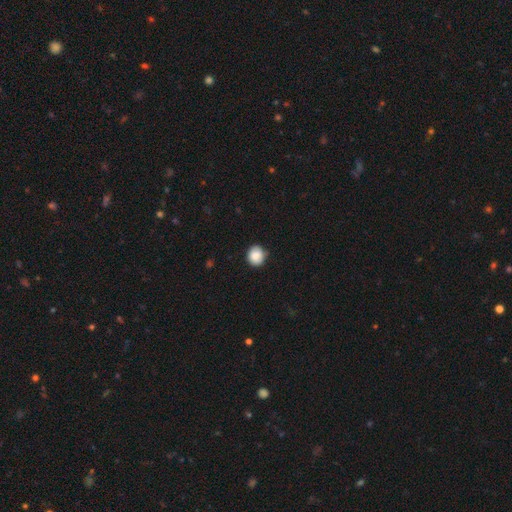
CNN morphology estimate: Q: Smooth or featured?
A: smooth (86%); runner-up: star or artifact (9%)
Q: How rounded?
A: round (84%); runner-up: in between (15%)
Q: Merging?
A: none (82%); runner-up: minor disturbance (15%)